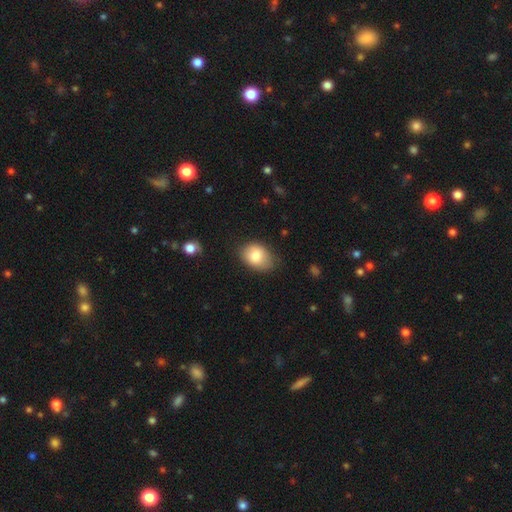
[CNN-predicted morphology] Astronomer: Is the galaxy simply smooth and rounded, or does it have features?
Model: smooth — 82%.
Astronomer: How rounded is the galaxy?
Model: in between — 71%.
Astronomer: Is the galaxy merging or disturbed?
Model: none — 70%.